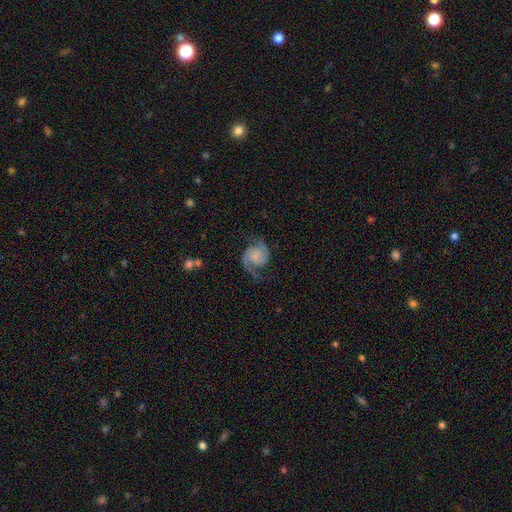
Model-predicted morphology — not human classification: This appears to be a featured or disk galaxy (86%) with no bar (70%), 2 (91%) medium (49%) spiral arms (98%) and no central bulge (45%). Merging: none (71%).